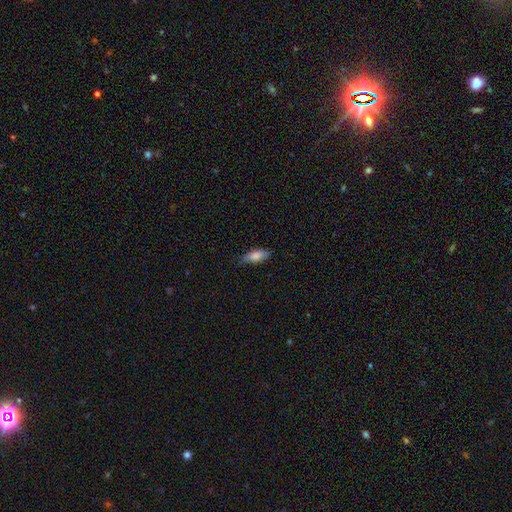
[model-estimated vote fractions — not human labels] Overall: smooth (79%). How rounded: in between (73%). Merging: none (76%).